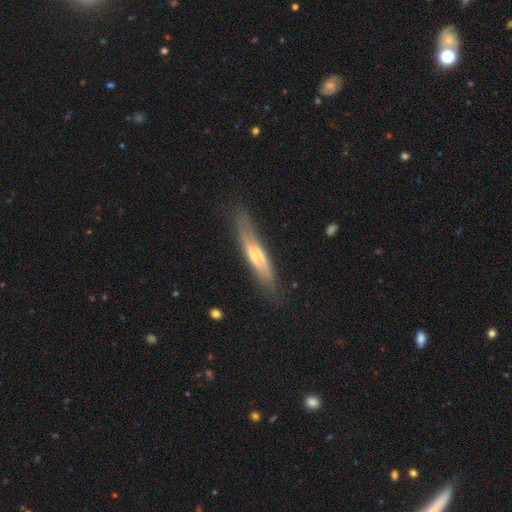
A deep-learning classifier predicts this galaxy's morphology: type=featured or disk (61%); edge-on=yes (84%); edge-on bulge=rounded (61%); merging=none (76%).